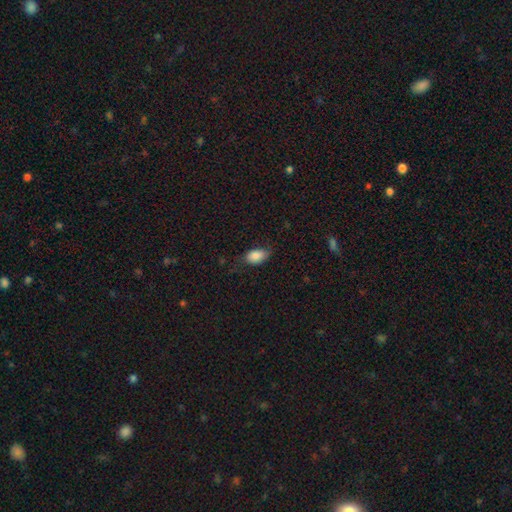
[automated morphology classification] A smooth galaxy with no disk features (85%) that is in between round and cigar-shaped (91%).

Vote fractions:
- Smooth or featured? smooth: 85% / featured or disk: 8% / star or artifact: 7%
- How rounded? in between: 91% / round: 6% / cigar-shaped: 3%
- Merging? none: 65% / minor disturbance: 26% / major disturbance: 7% / merger: 1%